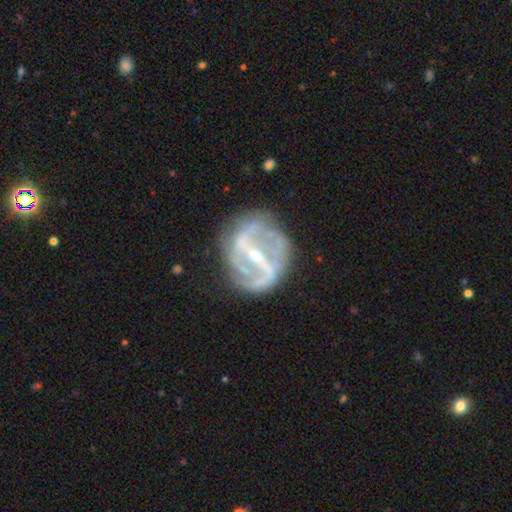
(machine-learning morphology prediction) smooth_or_featured: featured or disk (p=0.89) [alt: star or artifact p=0.06]
disk_edge_on: no (p=0.96) [alt: yes p=0.04]
bar: strong (p=0.69) [alt: weak p=0.22]
has_spiral_arms: yes (p=0.91) [alt: no p=0.09]
spiral_winding: medium (p=0.46) [alt: loose p=0.32]
spiral_arm_count: 2 (p=0.68) [alt: 3 p=0.12]
bulge_size: small (p=0.66) [alt: moderate p=0.32]
merging: none (p=0.69) [alt: minor disturbance p=0.18]